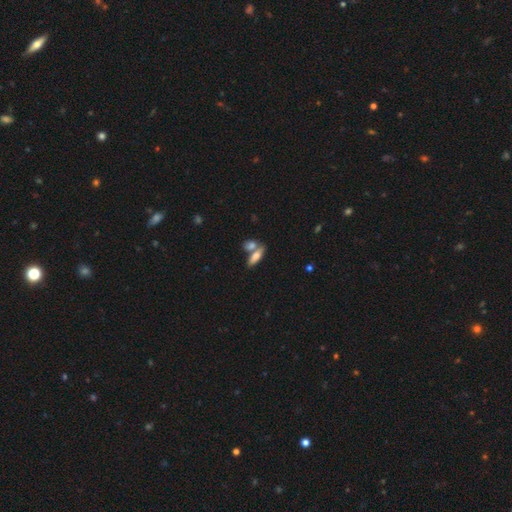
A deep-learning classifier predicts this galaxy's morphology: Smooth or featured? Predicted: smooth (p=0.69). How rounded? Predicted: in between (p=0.63). Merging? Predicted: none (p=0.47).